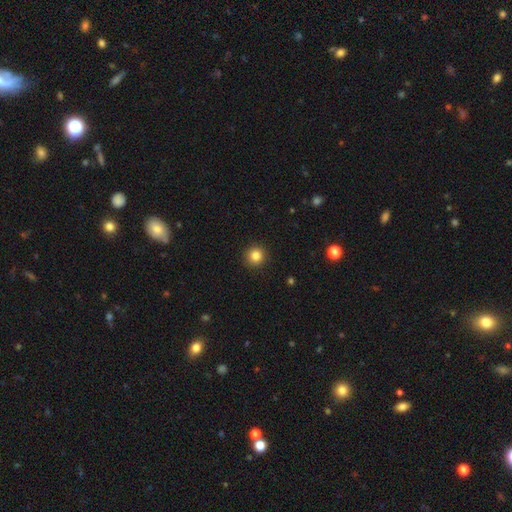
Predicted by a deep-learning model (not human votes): Morphology: type=smooth (84%); roundness=round (94%); merging=none (92%).